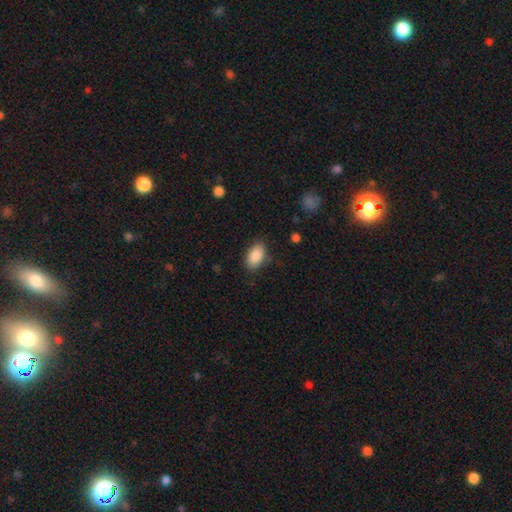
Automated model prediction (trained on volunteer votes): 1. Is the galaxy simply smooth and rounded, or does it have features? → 89% smooth, 7% star or artifact, 5% featured or disk.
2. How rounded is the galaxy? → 93% in between, 5% round, 2% cigar-shaped.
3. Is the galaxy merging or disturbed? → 82% none, 14% minor disturbance, 3% major disturbance, 1% merger.